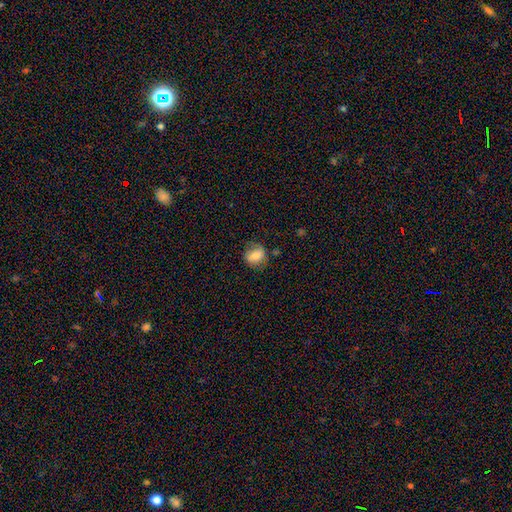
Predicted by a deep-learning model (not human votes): smooth_or_featured: smooth (p=0.71) [alt: featured or disk p=0.21]
how_rounded: round (p=0.54) [alt: in between p=0.45]
merging: none (p=0.70) [alt: minor disturbance p=0.21]